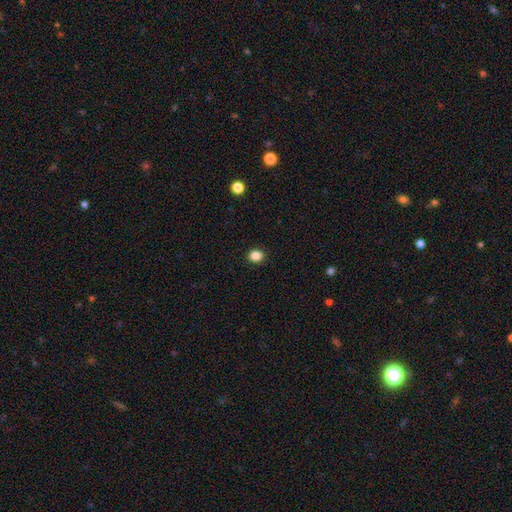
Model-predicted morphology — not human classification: smooth 86%, star or artifact 11%, featured or disk 3%. Down the decision tree: how rounded — round (75%); merging — none (92%).